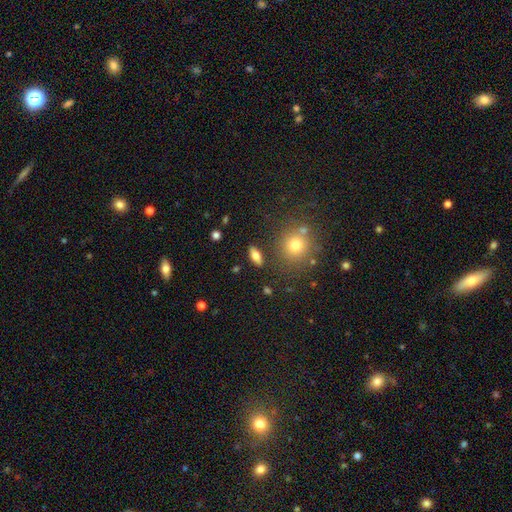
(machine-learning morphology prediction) Q: Smooth or featured?
A: smooth (69%); runner-up: featured or disk (21%)
Q: How rounded?
A: in between (73%); runner-up: cigar-shaped (21%)
Q: Merging?
A: none (85%); runner-up: minor disturbance (9%)